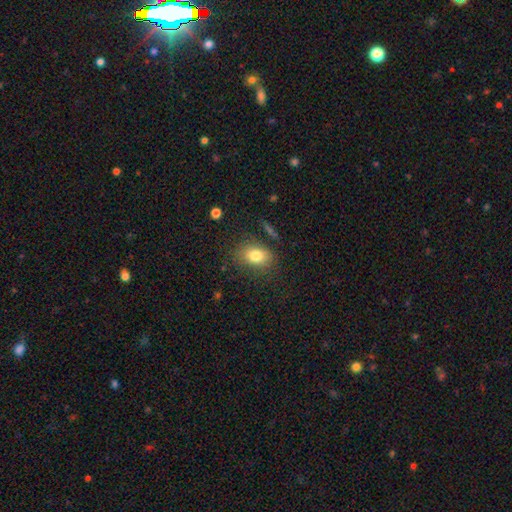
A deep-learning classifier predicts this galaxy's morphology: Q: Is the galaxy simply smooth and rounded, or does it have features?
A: smooth — 80%.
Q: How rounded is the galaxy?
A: in between — 76%.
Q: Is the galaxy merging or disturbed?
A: none — 77%.